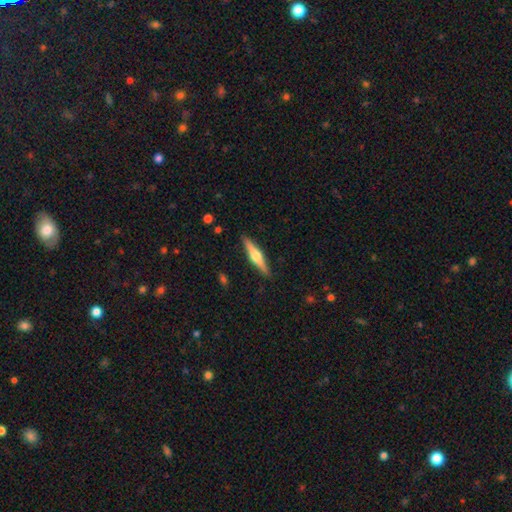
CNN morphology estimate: smooth-or-featured: featured or disk: 63% | smooth: 32% | star or artifact: 5%
  disk-edge-on: yes: 97% | no: 3%
    edge-on-bulge: rounded: 91% | boxy: 6% | none: 3%
  merging: none: 90% | minor disturbance: 7% | major disturbance: 2% | merger: 1%